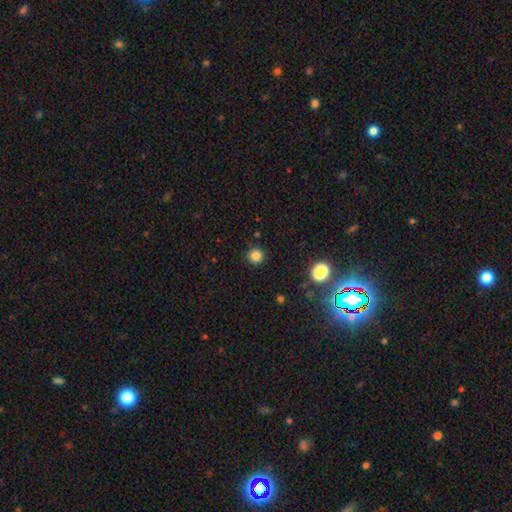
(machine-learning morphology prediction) Smooth or featured?
  - smooth: 82% *
  - star or artifact: 13%
  - featured or disk: 4%
How rounded?
  - round: 94% *
  - in between: 5%
  - cigar-shaped: 1%
Merging?
  - none: 91% *
  - minor disturbance: 6%
  - major disturbance: 2%
  - merger: 1%